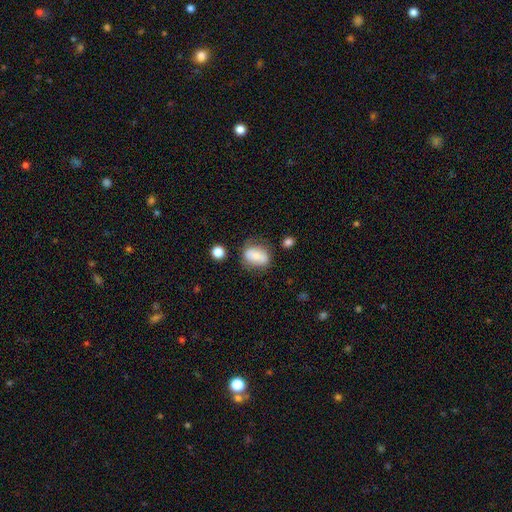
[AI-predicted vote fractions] Smooth or featured?
  - smooth: 74% *
  - featured or disk: 18%
  - star or artifact: 8%
How rounded?
  - in between: 77% *
  - round: 19%
  - cigar-shaped: 4%
Merging?
  - none: 61% *
  - minor disturbance: 24%
  - major disturbance: 9%
  - merger: 7%